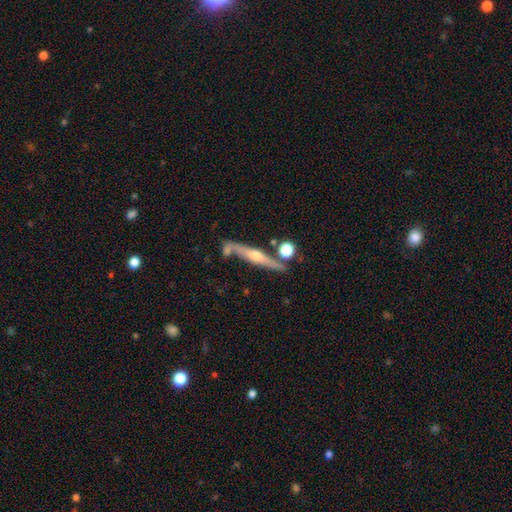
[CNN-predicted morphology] Smooth or featured? featured or disk (70%)
Edge-on disk? yes (95%)
Edge-on bulge? rounded (90%)
Merging? none (74%)